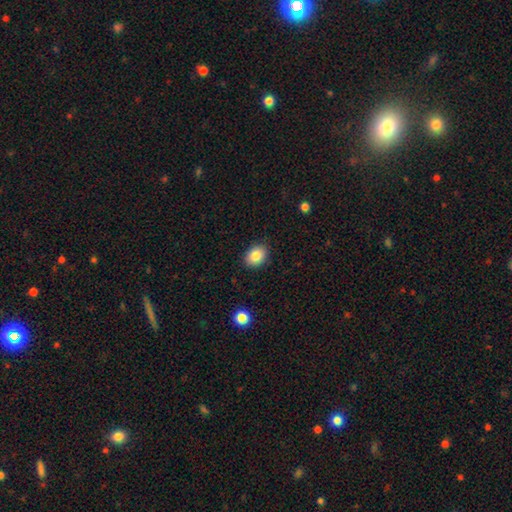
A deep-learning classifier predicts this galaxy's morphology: Smooth or featured: smooth — 84% (star or artifact — 9%)
How rounded: in between — 60% (round — 40%)
Merging: none — 88% (minor disturbance — 9%)